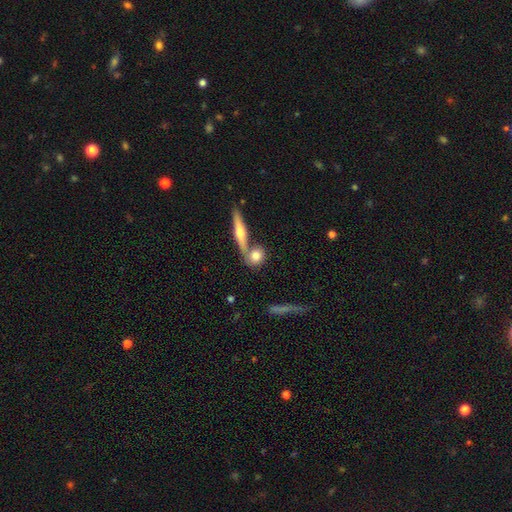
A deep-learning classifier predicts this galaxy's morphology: type=smooth (70%); roundness=round (61%); merging=none (59%).